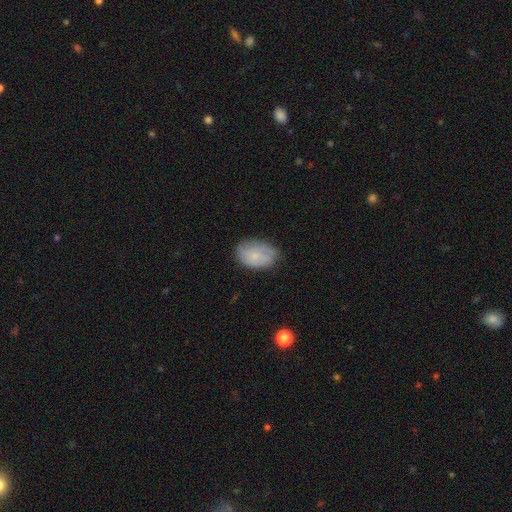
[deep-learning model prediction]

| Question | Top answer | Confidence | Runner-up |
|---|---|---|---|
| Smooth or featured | smooth | 65% | featured or disk (28%) |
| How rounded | in between | 85% | round (14%) |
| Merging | none | 66% | minor disturbance (26%) |